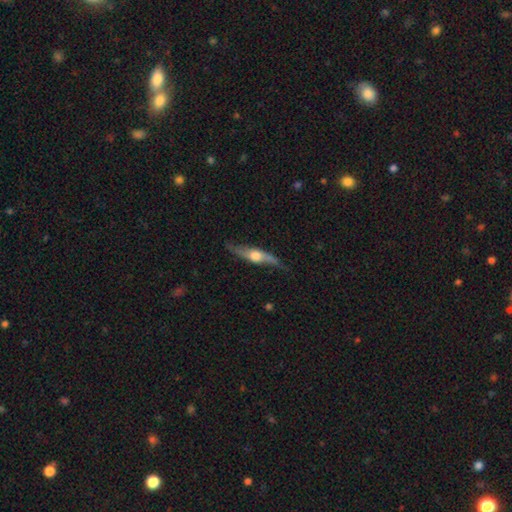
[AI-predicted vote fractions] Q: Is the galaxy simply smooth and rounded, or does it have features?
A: featured or disk — 70%.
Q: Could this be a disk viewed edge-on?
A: yes — 75%.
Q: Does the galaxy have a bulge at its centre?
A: rounded — 91%.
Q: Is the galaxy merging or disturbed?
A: none — 73%.